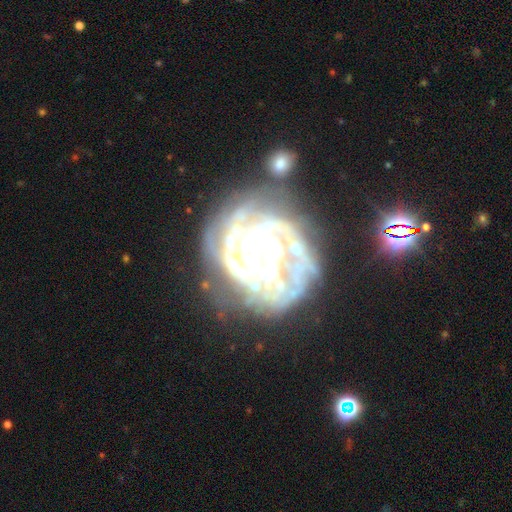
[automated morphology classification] Q: Smooth or featured?
A: featured or disk (87%); runner-up: star or artifact (7%)
Q: Edge-on disk?
A: no (98%); runner-up: yes (2%)
Q: Bar?
A: no (64%); runner-up: weak (23%)
Q: Spiral arms?
A: yes (89%); runner-up: no (11%)
Q: Spiral winding?
A: tight (60%); runner-up: medium (30%)
Q: Spiral arm count?
A: can't tell (30%); runner-up: 3 (22%)
Q: Bulge size?
A: moderate (39%); runner-up: none (21%)
Q: Merging?
A: none (47%); runner-up: major disturbance (24%)